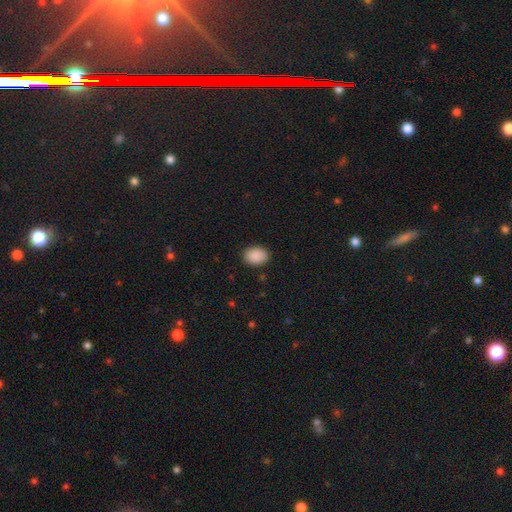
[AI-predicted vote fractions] A smooth galaxy with no disk features (90%) that is in between round and cigar-shaped (72%).

Vote fractions:
- Smooth or featured? smooth: 90% / star or artifact: 7% / featured or disk: 3%
- How rounded? in between: 72% / round: 27% / cigar-shaped: 1%
- Merging? none: 88% / minor disturbance: 9% / major disturbance: 2% / merger: 1%